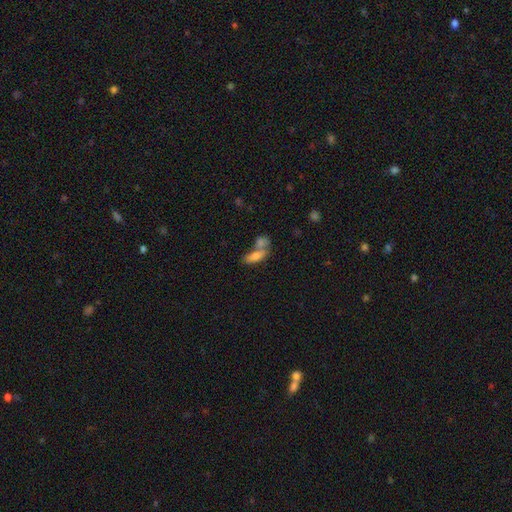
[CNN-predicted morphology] smooth 72%, featured or disk 19%, star or artifact 9%. Down the decision tree: how rounded — in between (72%); merging — merger (52%).